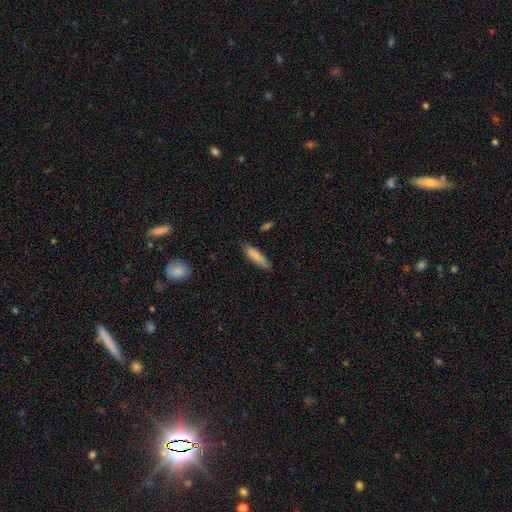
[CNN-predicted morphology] smooth-or-featured: smooth: 84% | featured or disk: 10% | star or artifact: 6%
  how-rounded: cigar-shaped: 62% | in between: 36% | round: 1%
  merging: none: 78% | minor disturbance: 17% | major disturbance: 3% | merger: 2%